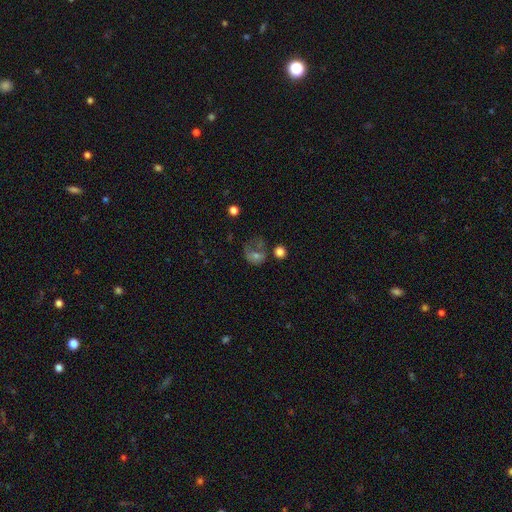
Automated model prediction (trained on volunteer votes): Smooth or featured? Predicted: smooth (p=0.50). How rounded? Predicted: round (p=0.54). Merging? Predicted: major disturbance (p=0.38).